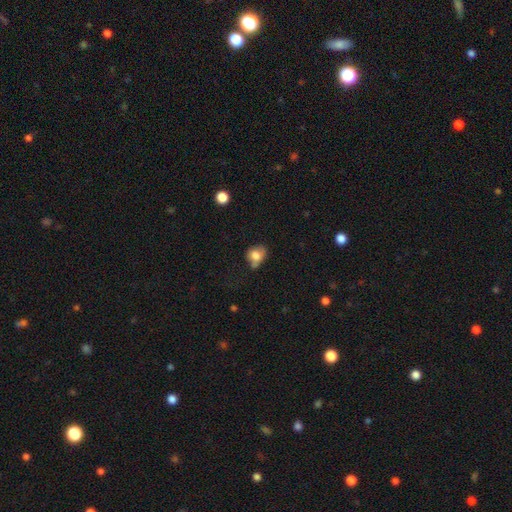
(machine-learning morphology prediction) A smooth galaxy with no disk features (77%) that is round (52%). Merging: none (42%).